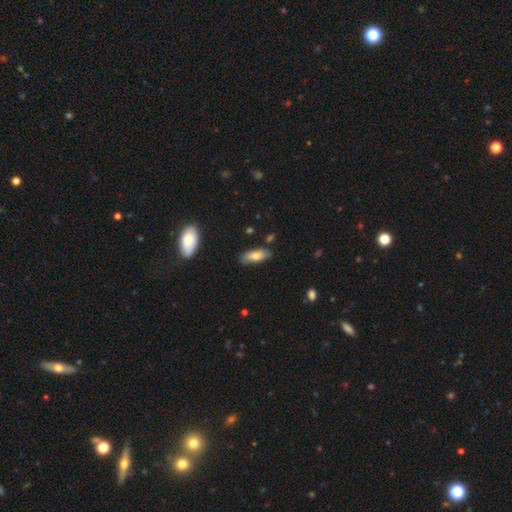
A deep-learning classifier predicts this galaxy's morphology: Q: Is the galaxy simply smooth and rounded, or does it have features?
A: smooth — 76%.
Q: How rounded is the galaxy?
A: in between — 74%.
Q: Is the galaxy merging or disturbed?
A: none — 78%.